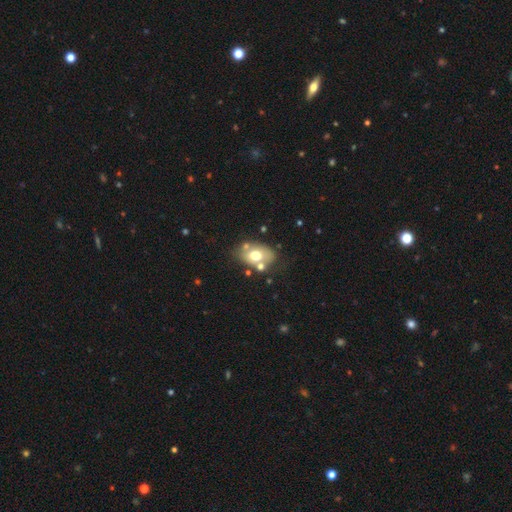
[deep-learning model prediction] A smooth galaxy with no disk features (58%) that is in between round and cigar-shaped (79%). Merging: none (61%).